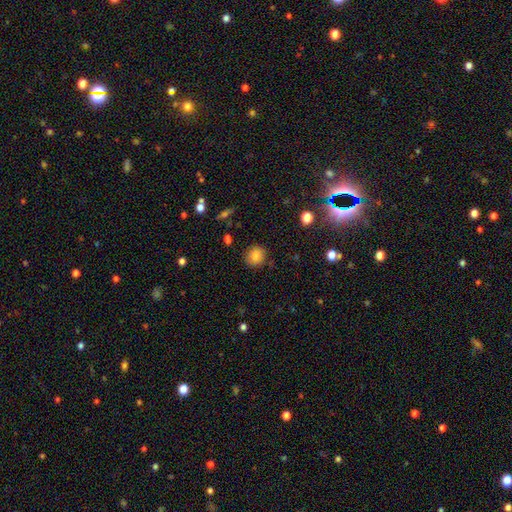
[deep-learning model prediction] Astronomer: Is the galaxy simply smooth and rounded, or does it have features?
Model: smooth — 83%.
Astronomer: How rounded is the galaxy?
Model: round — 81%.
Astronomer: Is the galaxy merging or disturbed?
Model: none — 86%.